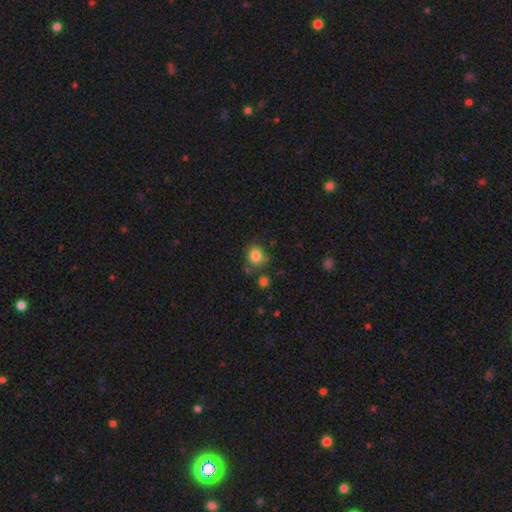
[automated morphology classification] smooth-or-featured: smooth: 83% | star or artifact: 11% | featured or disk: 6%
  how-rounded: round: 83% | in between: 16% | cigar-shaped: 1%
  merging: none: 73% | minor disturbance: 15% | merger: 7% | major disturbance: 5%